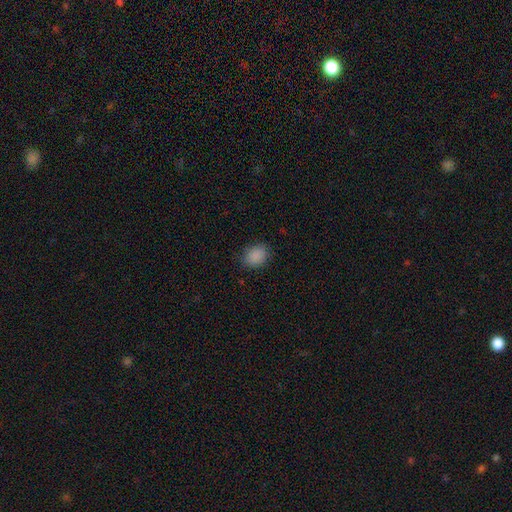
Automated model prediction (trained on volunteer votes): Smooth or featured? smooth (88%)
How rounded? in between (51%)
Merging? none (85%)